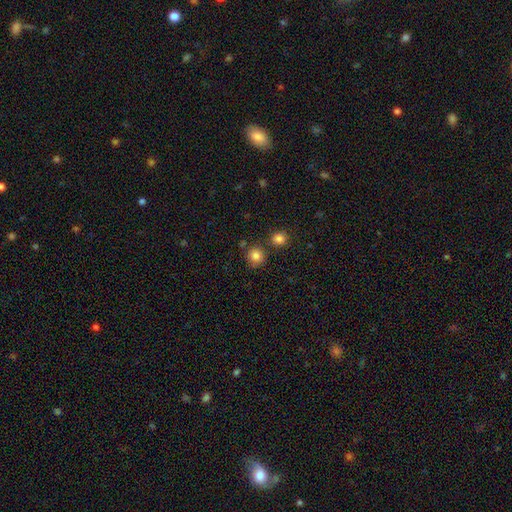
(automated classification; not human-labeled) A smooth galaxy with no disk features (83%) that is round (90%). Merging: none (78%).